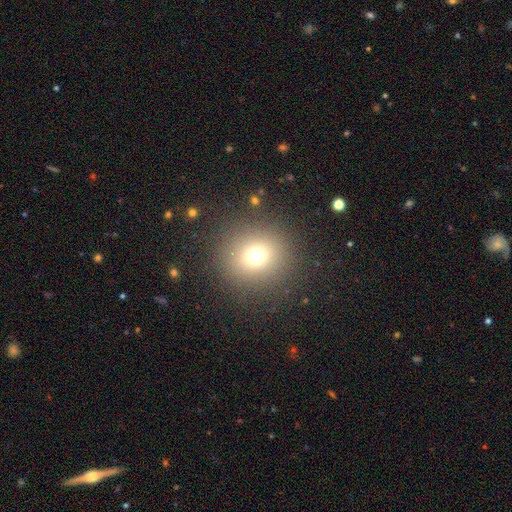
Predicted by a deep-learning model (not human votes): This appears to be a smooth galaxy with no disk features (71%) that is round (91%). Merging: none (88%).